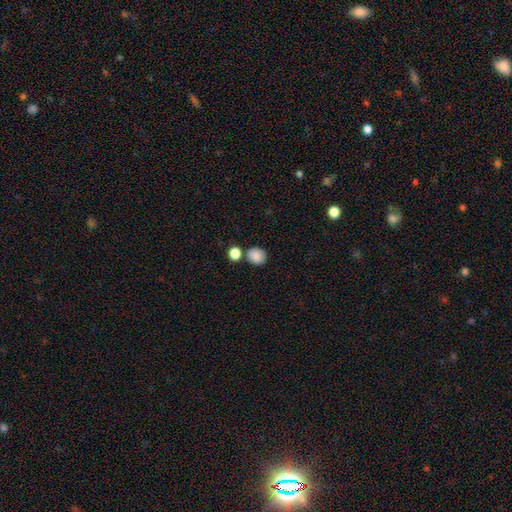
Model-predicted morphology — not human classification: Overall: smooth (86%). How rounded: round (69%; in between 31%). Merging: none (72%).